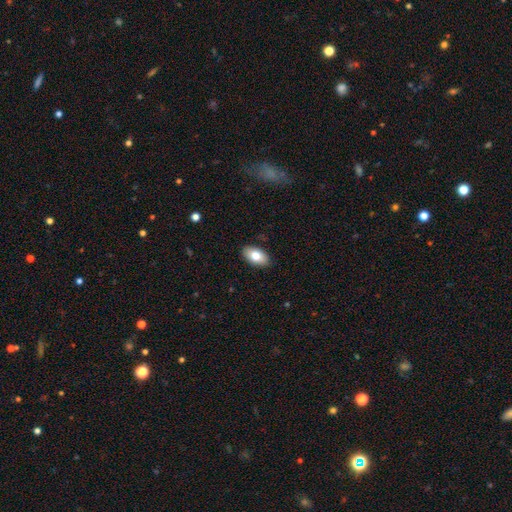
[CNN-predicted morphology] Q: Smooth or featured?
A: smooth (78%); runner-up: featured or disk (15%)
Q: How rounded?
A: in between (94%); runner-up: round (4%)
Q: Merging?
A: none (89%); runner-up: minor disturbance (9%)